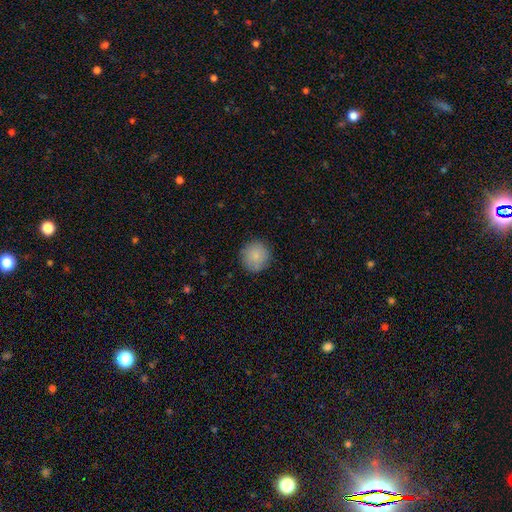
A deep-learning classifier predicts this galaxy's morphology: Smooth or featured? smooth (84%)
How rounded? round (94%)
Merging? none (87%)